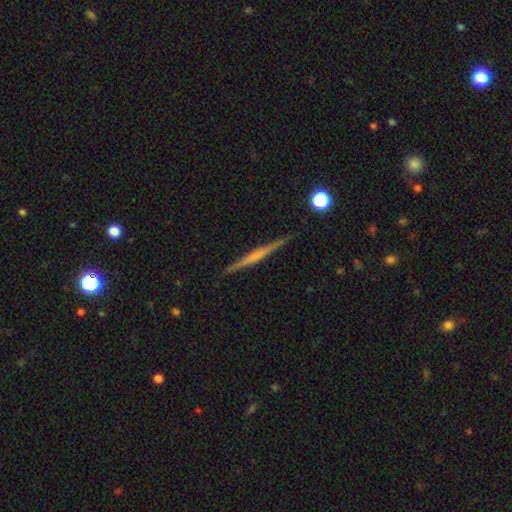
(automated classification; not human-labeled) Smooth or featured? featured or disk (66%)
Edge-on disk? yes (98%)
Edge-on bulge? none (54%)
Merging? none (90%)